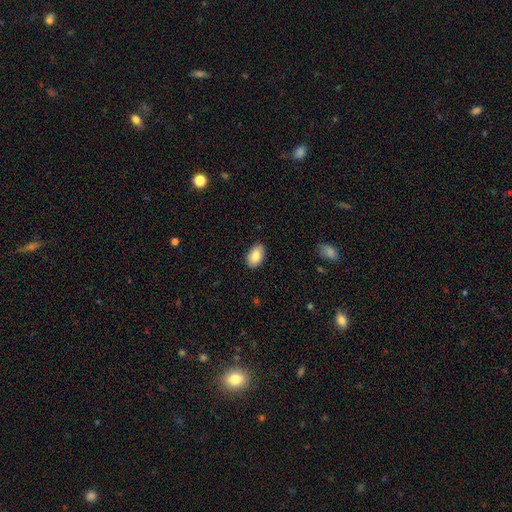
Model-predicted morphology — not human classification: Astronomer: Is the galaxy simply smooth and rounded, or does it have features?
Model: smooth — 83%.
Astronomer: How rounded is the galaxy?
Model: in between — 91%.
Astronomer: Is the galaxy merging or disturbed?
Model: none — 87%.